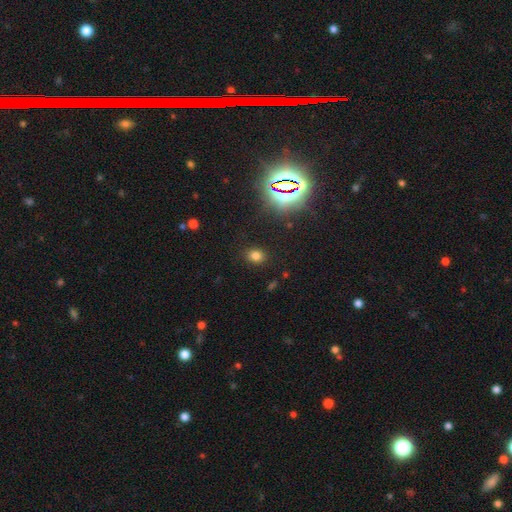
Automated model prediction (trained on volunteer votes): Q: Smooth or featured?
A: smooth (74%); runner-up: star or artifact (19%)
Q: How rounded?
A: round (53%); runner-up: in between (46%)
Q: Merging?
A: none (88%); runner-up: minor disturbance (8%)